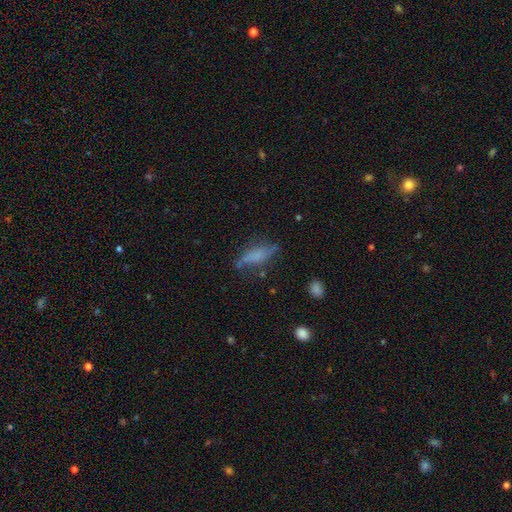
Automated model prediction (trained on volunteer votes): Morphology: type=smooth (54%); roundness=in between (49%); merging=none (57%).